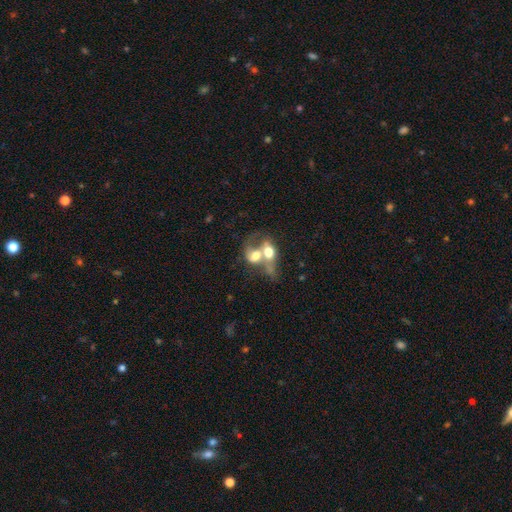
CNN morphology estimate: smooth-or-featured: smooth: 52% | featured or disk: 39% | star or artifact: 9%
  how-rounded: in between: 66% | round: 30% | cigar-shaped: 4%
  merging: merger: 80% | major disturbance: 8% | none: 7% | minor disturbance: 4%